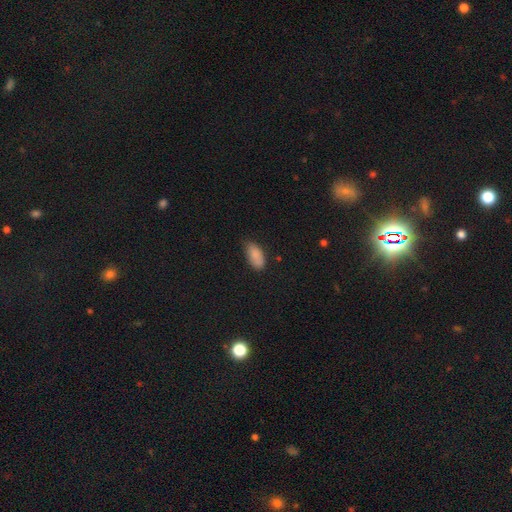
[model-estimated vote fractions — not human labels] The model was most divided on "merging": none: 66%, minor disturbance: 27%, major disturbance: 5%, merger: 2%. More confident: how rounded — in between (90%); smooth or featured — smooth (87%).